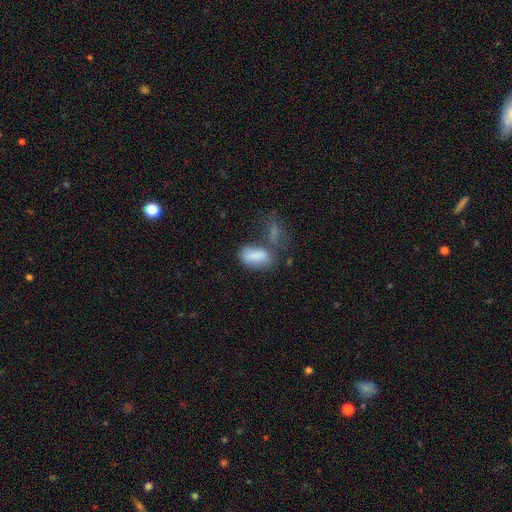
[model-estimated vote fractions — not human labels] Smooth or featured? smooth (81%)
How rounded? in between (89%)
Merging? none (40%)